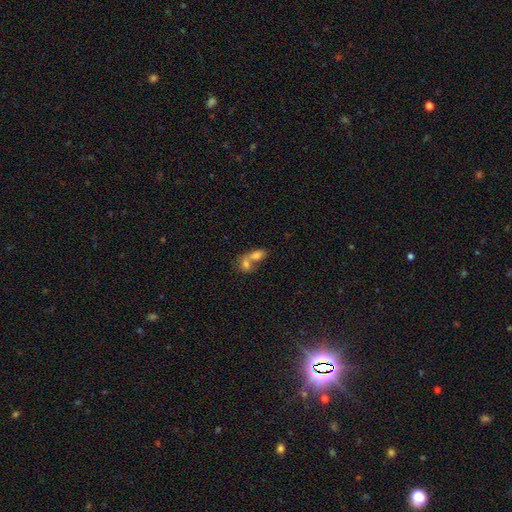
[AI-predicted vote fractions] A smooth galaxy with no disk features (75%) that is in between round and cigar-shaped (77%).

Vote fractions:
- Smooth or featured? smooth: 75% / featured or disk: 16% / star or artifact: 9%
- How rounded? in between: 77% / round: 19% / cigar-shaped: 4%
- Merging? merger: 74% / none: 17% / minor disturbance: 5% / major disturbance: 3%